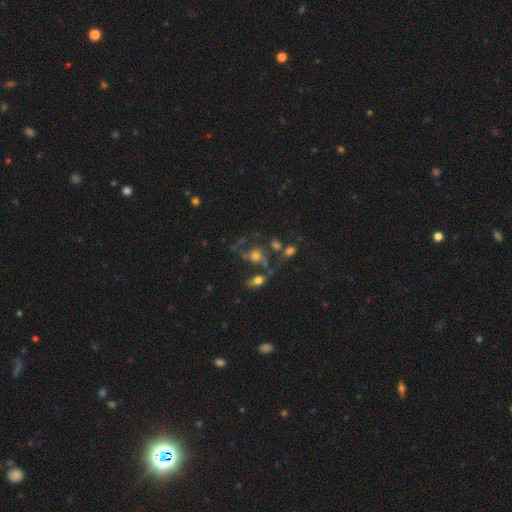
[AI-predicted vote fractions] featured or disk 47%, smooth 38%, star or artifact 15%. Down the decision tree: merging — none (38%).